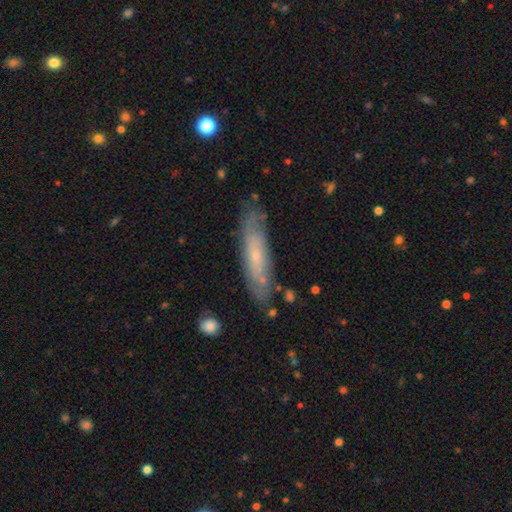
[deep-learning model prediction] This appears to be a smooth galaxy with no disk features (48%). Merging: none (78%).